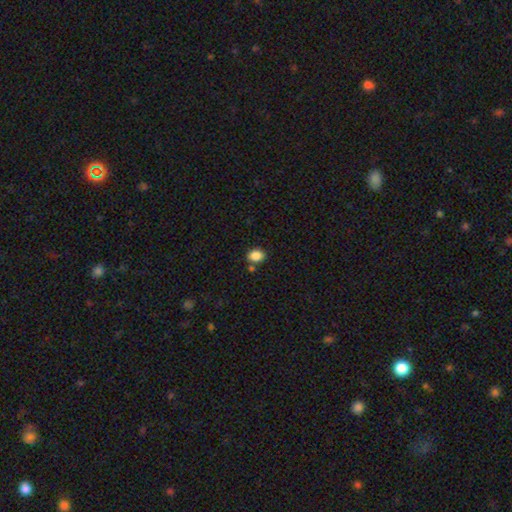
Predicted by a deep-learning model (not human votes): Q: Smooth or featured?
A: smooth (87%); runner-up: star or artifact (9%)
Q: How rounded?
A: in between (65%); runner-up: round (34%)
Q: Merging?
A: none (77%); runner-up: minor disturbance (11%)